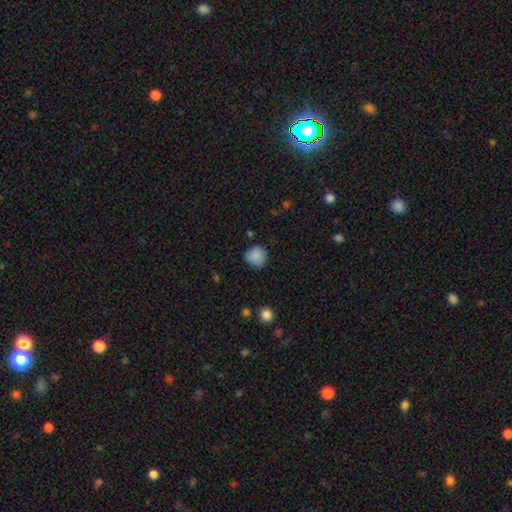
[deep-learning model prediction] Overall: smooth (86%). How rounded: round (87%). Merging: none (74%).